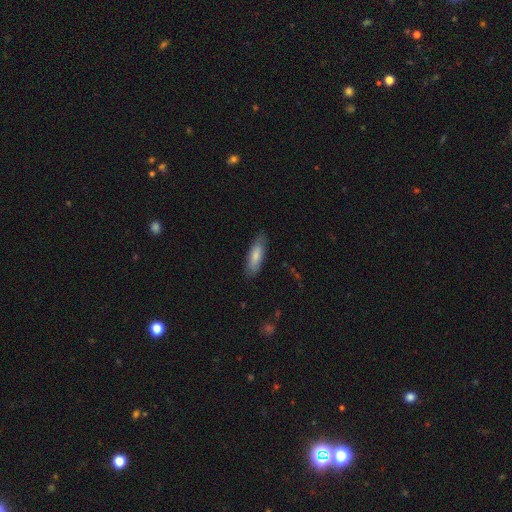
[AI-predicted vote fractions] smooth-or-featured: smooth: 74% | featured or disk: 20% | star or artifact: 6%
  how-rounded: in between: 52% | cigar-shaped: 46% | round: 2%
  merging: none: 81% | minor disturbance: 15% | major disturbance: 3% | merger: 1%